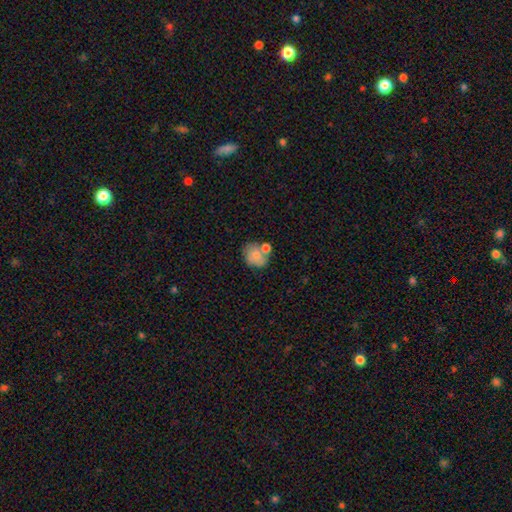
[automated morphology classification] Smooth or featured: smooth — 75% (featured or disk — 17%)
How rounded: round — 57% (in between — 42%)
Merging: none — 47% (merger — 28%)